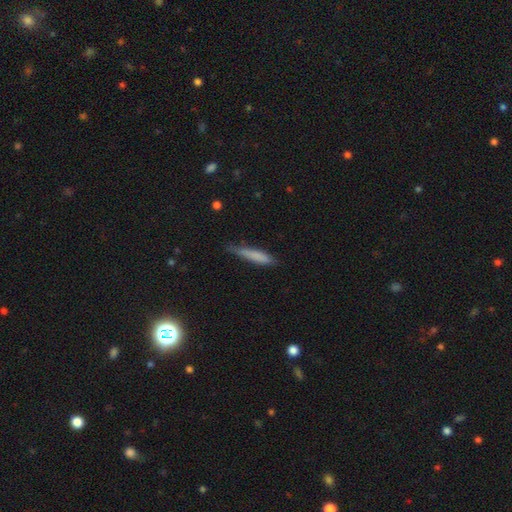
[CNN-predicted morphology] Smooth or featured?
  - smooth: 74% *
  - featured or disk: 19%
  - star or artifact: 7%
How rounded?
  - cigar-shaped: 89% *
  - in between: 9%
  - round: 2%
Merging?
  - none: 66% *
  - minor disturbance: 27%
  - major disturbance: 5%
  - merger: 2%